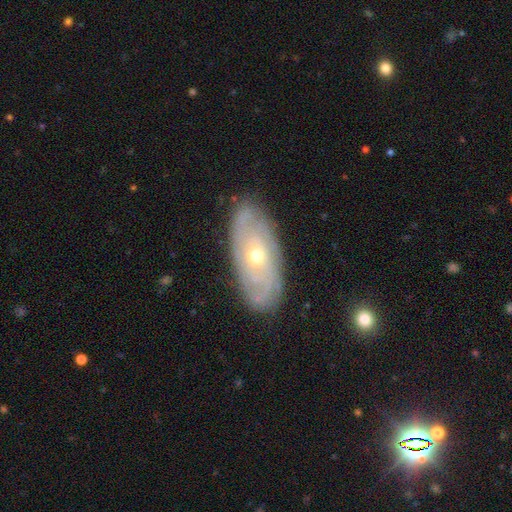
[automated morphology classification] Smooth or featured? featured or disk (79%)
Edge-on disk? no (89%)
Bar? no (78%)
Spiral arms? yes (87%)
Spiral winding? tight (77%)
Spiral arm count? can't tell (51%)
Bulge size? moderate (55%)
Merging? none (84%)